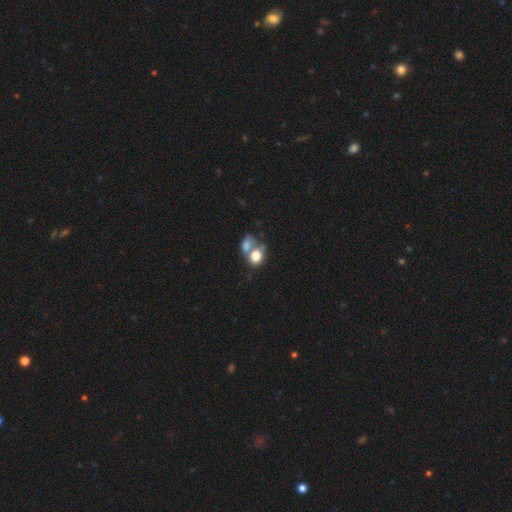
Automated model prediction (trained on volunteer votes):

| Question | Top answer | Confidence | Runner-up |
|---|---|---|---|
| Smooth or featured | smooth | 75% | featured or disk (15%) |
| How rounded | in between | 54% | round (44%) |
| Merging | merger | 61% | none (24%) |